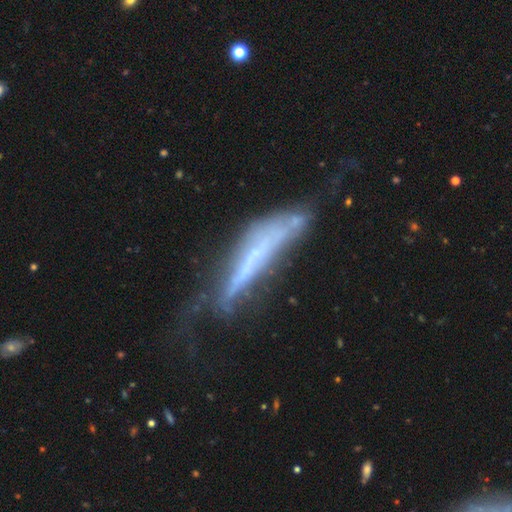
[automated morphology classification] Smooth or featured? featured or disk (59%)
Edge-on disk? yes (65%)
Merging? major disturbance (36%)